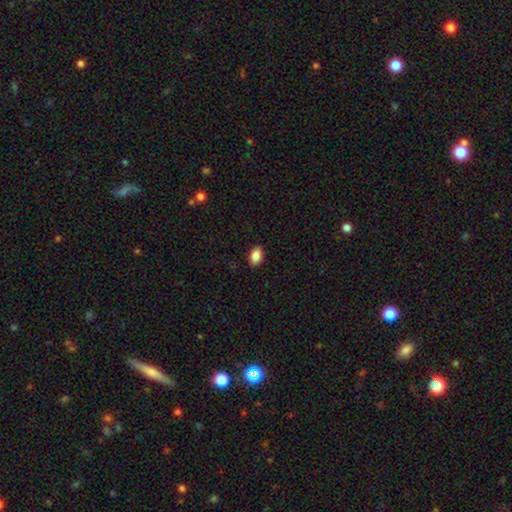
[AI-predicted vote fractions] Smooth or featured? Predicted: smooth (p=0.87). How rounded? Predicted: in between (p=0.89). Merging? Predicted: none (p=0.89).